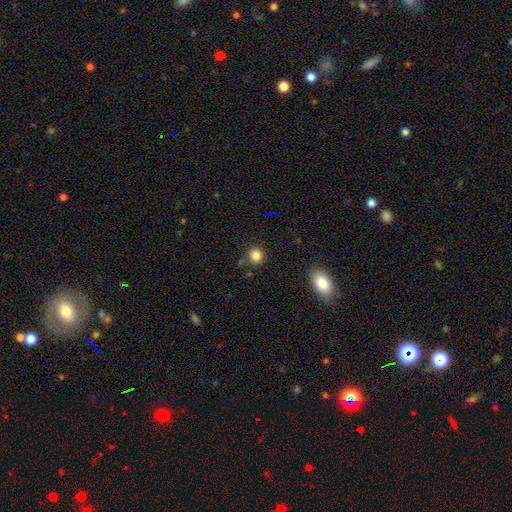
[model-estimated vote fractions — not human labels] Smooth or featured? smooth (83%)
How rounded? round (92%)
Merging? none (83%)